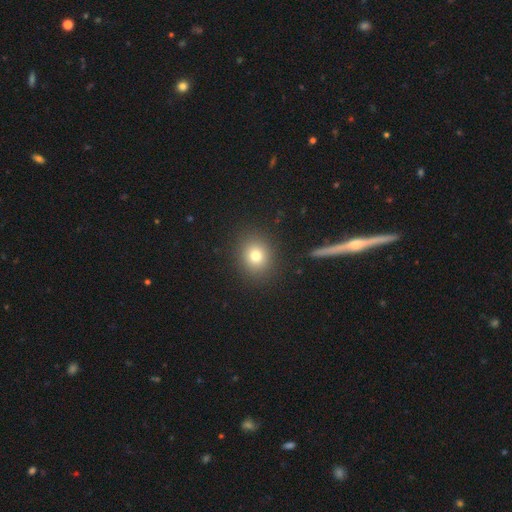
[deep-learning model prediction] Overall: smooth (78%). How rounded: round (78%). Merging: none (89%).